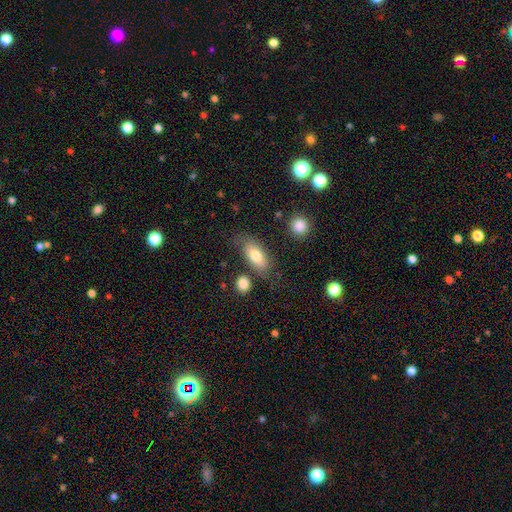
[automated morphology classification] smooth 75%, featured or disk 19%, star or artifact 7%. Down the decision tree: how rounded — in between (86%); merging — none (67%).